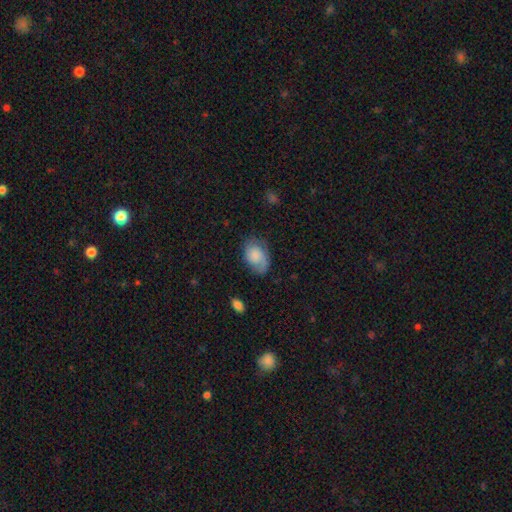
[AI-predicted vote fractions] Morphology: type=smooth (61%); roundness=in between (83%); merging=none (62%).